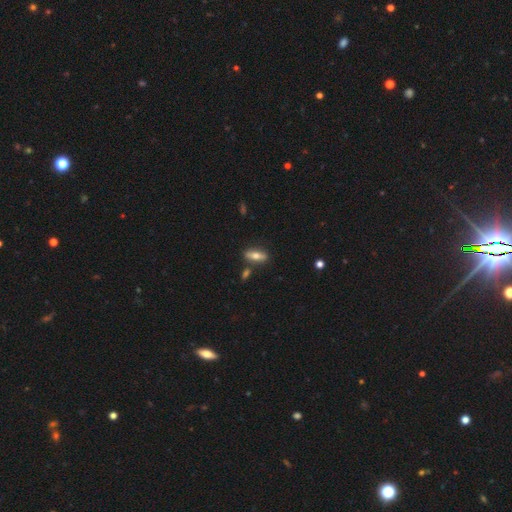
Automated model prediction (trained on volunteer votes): smooth 61%, featured or disk 32%, star or artifact 7%. Down the decision tree: how rounded — in between (62%); merging — none (80%).